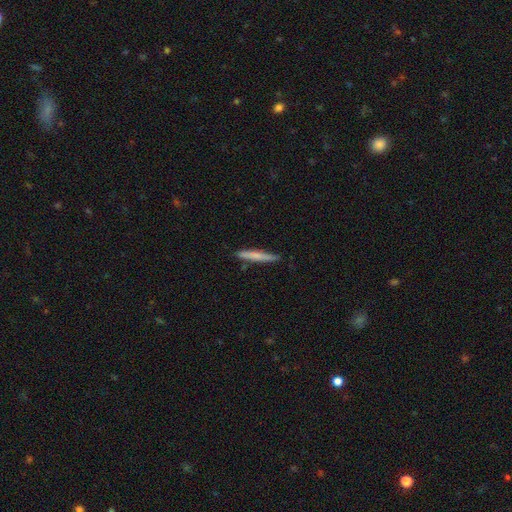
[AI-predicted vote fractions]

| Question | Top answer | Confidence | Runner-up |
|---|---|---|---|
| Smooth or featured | smooth | 64% | featured or disk (31%) |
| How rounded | cigar-shaped | 95% | in between (3%) |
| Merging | none | 85% | minor disturbance (11%) |